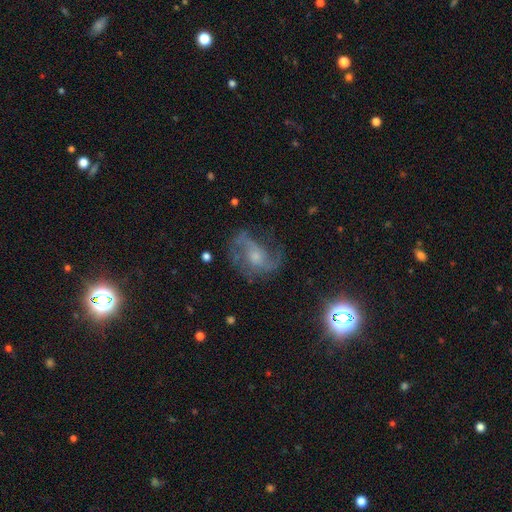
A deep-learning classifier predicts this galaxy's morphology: type=featured or disk (74%); edge-on=no (97%); bar=no (55%); spiral arms=yes (91%); winding=medium (46%); arm count=2 (69%); bulge=small (47%); merging=none (61%).